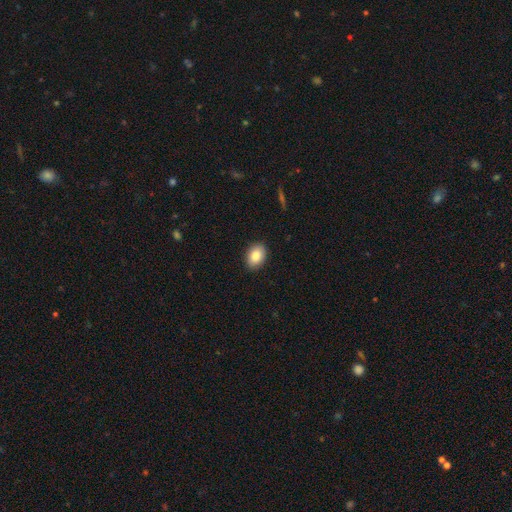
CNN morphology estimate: smooth_or_featured: smooth (p=0.86) [alt: star or artifact p=0.08]
how_rounded: in between (p=0.80) [alt: round p=0.19]
merging: none (p=0.90) [alt: minor disturbance p=0.08]